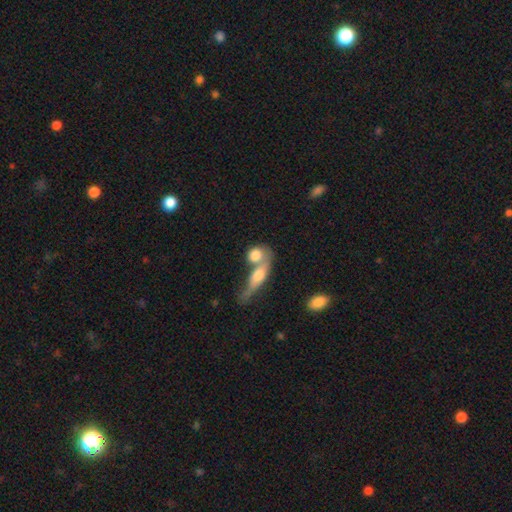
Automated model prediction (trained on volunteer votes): Q: Smooth or featured?
A: smooth (72%); runner-up: featured or disk (22%)
Q: How rounded?
A: in between (49%); runner-up: round (42%)
Q: Merging?
A: merger (65%); runner-up: none (20%)